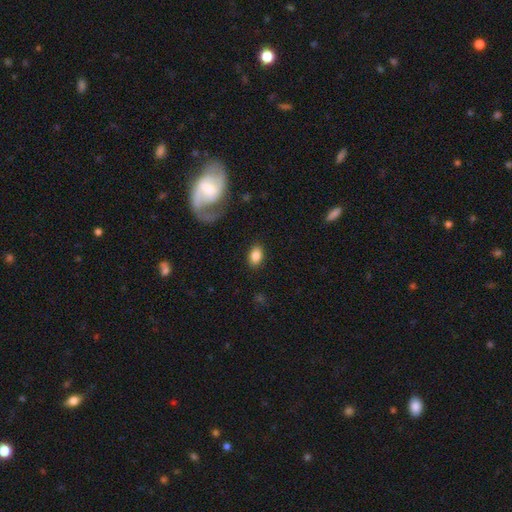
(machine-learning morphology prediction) Smooth or featured? smooth (84%)
How rounded? in between (87%)
Merging? none (86%)